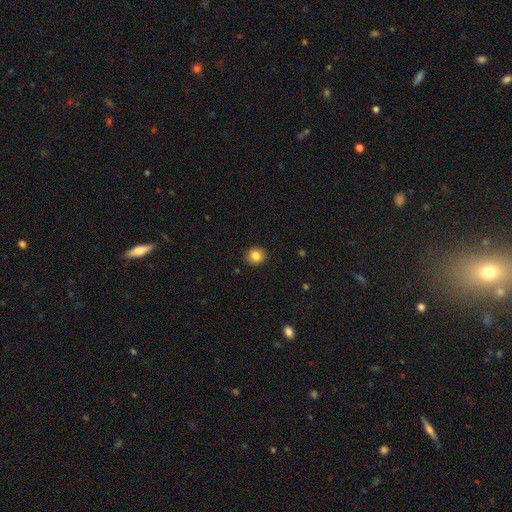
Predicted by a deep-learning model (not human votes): smooth_or_featured: smooth (p=0.84) [alt: star or artifact p=0.10]
how_rounded: round (p=0.78) [alt: in between p=0.21]
merging: none (p=0.91) [alt: minor disturbance p=0.07]